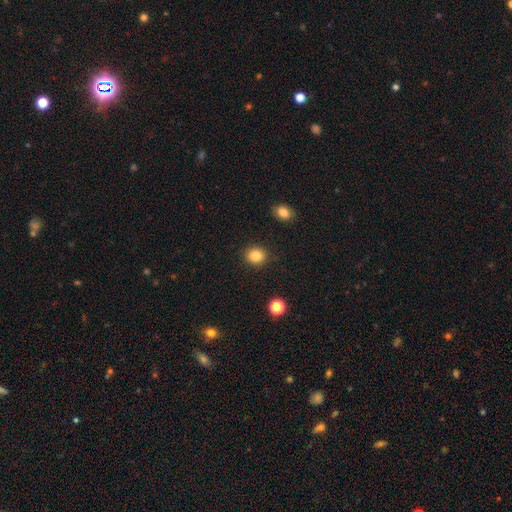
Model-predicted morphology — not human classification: A smooth galaxy with no disk features (85%) that is round (79%). Merging: none (90%).